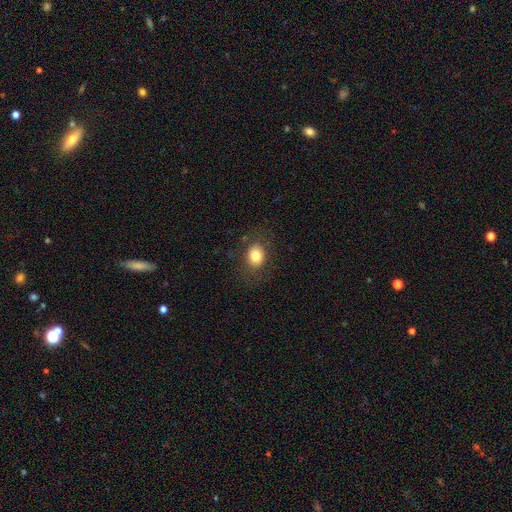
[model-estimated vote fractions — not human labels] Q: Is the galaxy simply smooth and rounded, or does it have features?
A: smooth — 79%.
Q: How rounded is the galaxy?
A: round — 53%.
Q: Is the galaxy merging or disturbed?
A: none — 83%.